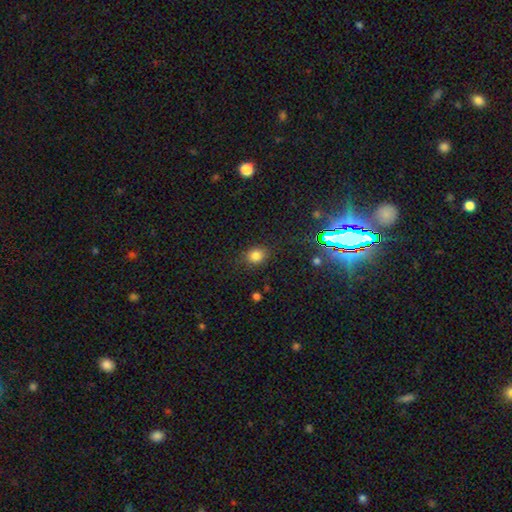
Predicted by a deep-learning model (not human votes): Smooth or featured?
  - smooth: 81% *
  - star or artifact: 14%
  - featured or disk: 6%
How rounded?
  - round: 59% *
  - in between: 40%
  - cigar-shaped: 1%
Merging?
  - none: 83% *
  - minor disturbance: 12%
  - major disturbance: 4%
  - merger: 2%